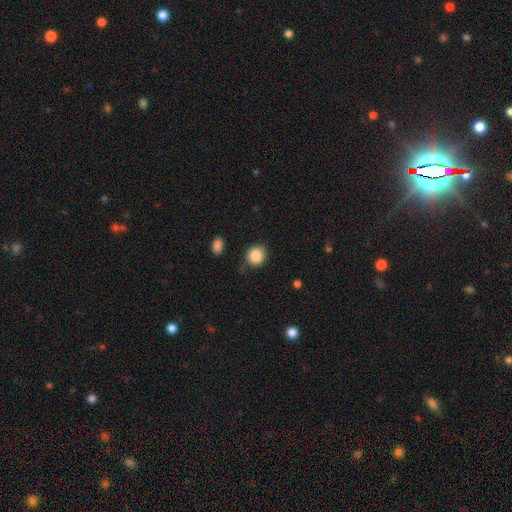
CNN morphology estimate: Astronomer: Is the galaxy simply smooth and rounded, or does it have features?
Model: smooth — 87%.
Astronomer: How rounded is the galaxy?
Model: round — 75%.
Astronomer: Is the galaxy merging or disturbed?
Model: none — 72%.